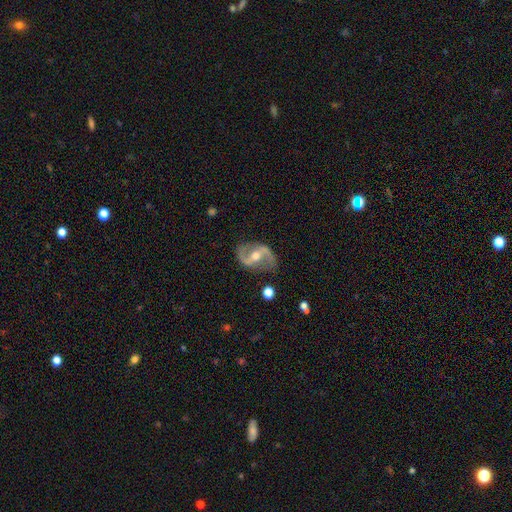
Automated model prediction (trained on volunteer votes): Morphology: type=featured or disk (90%); edge-on=no (97%); bar=strong (41%); spiral arms=yes (95%); winding=loose (56%); arm count=2 (93%); bulge=moderate (65%); merging=none (81%).